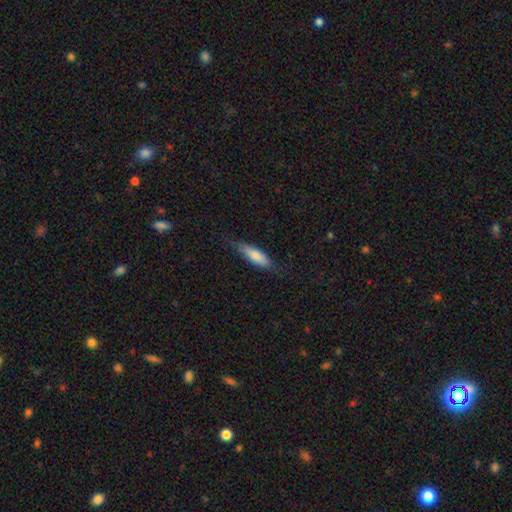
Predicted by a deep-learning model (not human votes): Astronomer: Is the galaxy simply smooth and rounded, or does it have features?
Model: smooth — 78%.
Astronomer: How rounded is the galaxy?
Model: cigar-shaped — 52% (runner-up: in between, 47%).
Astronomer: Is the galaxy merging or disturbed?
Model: none — 72%.